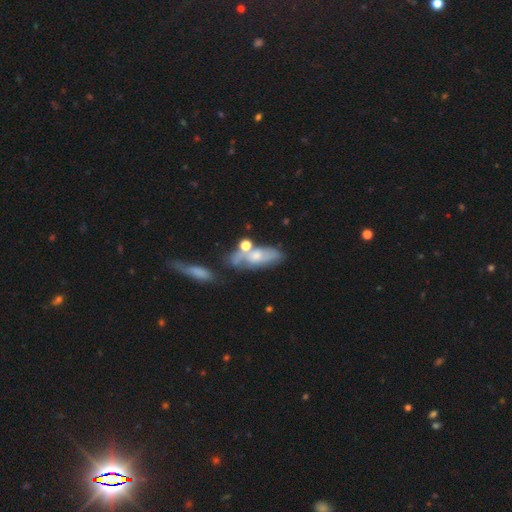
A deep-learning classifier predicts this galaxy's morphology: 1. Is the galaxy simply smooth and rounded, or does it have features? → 45% smooth (tied), 45% featured or disk (tied), 10% star or artifact.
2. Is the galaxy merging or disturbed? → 39% none, 28% merger, 21% minor disturbance, 12% major disturbance.